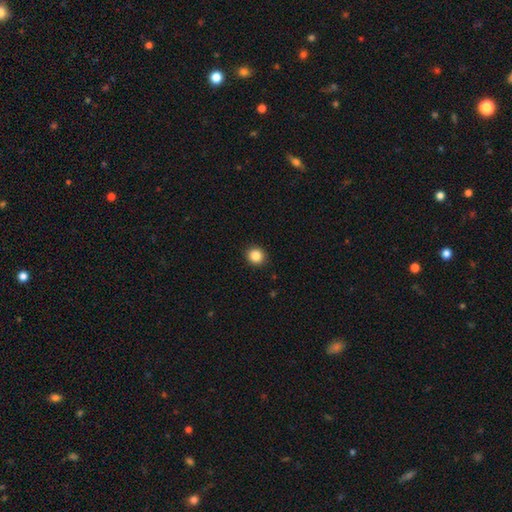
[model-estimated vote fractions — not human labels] This appears to be a smooth galaxy with no disk features (86%) that is round (88%). Merging: none (92%).